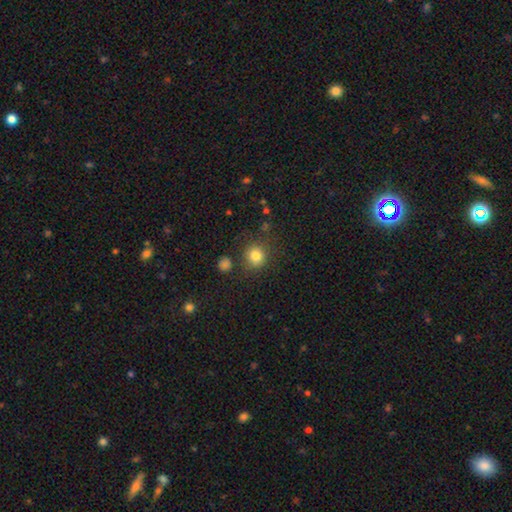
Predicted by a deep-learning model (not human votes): smooth-or-featured: smooth: 82% | star or artifact: 12% | featured or disk: 6%
  how-rounded: round: 88% | in between: 11% | cigar-shaped: 1%
  merging: none: 80% | minor disturbance: 11% | merger: 5% | major disturbance: 4%